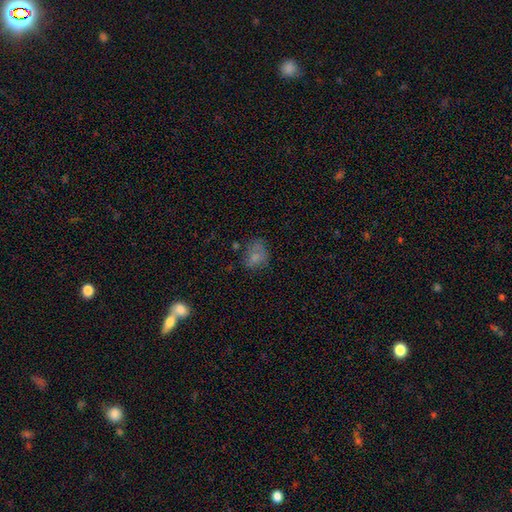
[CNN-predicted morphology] smooth 68%, featured or disk 18%, star or artifact 15%. Down the decision tree: how rounded — round (50%); merging — none (53%).